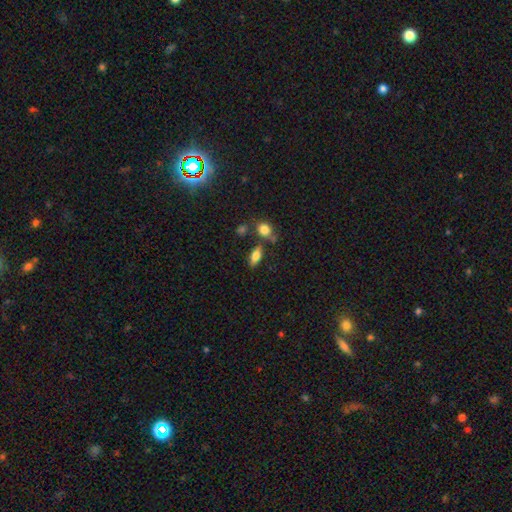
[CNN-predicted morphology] Overall: smooth (75%). How rounded: in between (79%). Merging: none (72%).